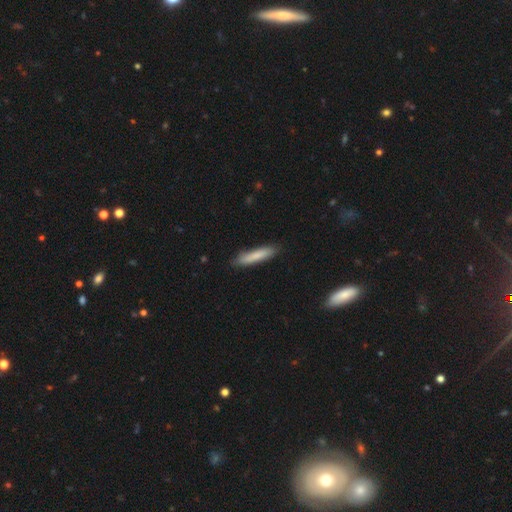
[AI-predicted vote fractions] Morphology: type=smooth (81%); roundness=cigar-shaped (87%); merging=none (86%).